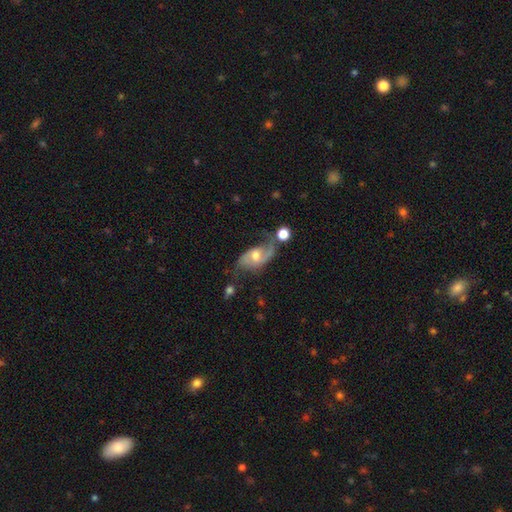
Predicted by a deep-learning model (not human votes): Q: Smooth or featured?
A: featured or disk (74%); runner-up: smooth (19%)
Q: Edge-on disk?
A: no (95%); runner-up: yes (5%)
Q: Bar?
A: no (54%); runner-up: weak (37%)
Q: Spiral arms?
A: yes (90%); runner-up: no (10%)
Q: Spiral winding?
A: loose (49%); runner-up: medium (38%)
Q: Spiral arm count?
A: 2 (74%); runner-up: 1 (16%)
Q: Bulge size?
A: moderate (68%); runner-up: small (19%)
Q: Merging?
A: none (41%); runner-up: minor disturbance (24%)